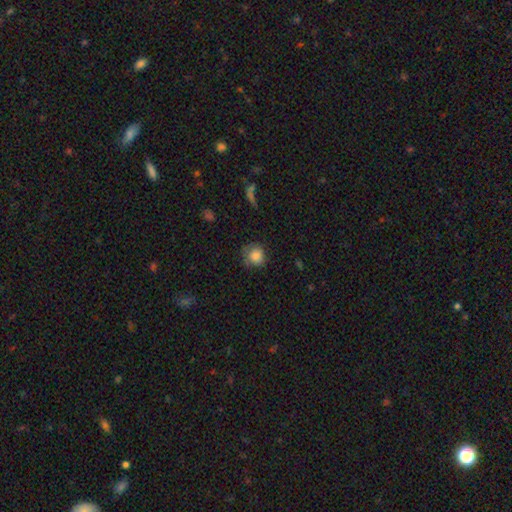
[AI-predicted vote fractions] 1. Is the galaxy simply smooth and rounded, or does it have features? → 81% smooth, 9% featured or disk, 9% star or artifact.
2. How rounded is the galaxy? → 84% round, 15% in between, 1% cigar-shaped.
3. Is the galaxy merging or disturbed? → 63% none, 26% minor disturbance, 9% major disturbance, 2% merger.